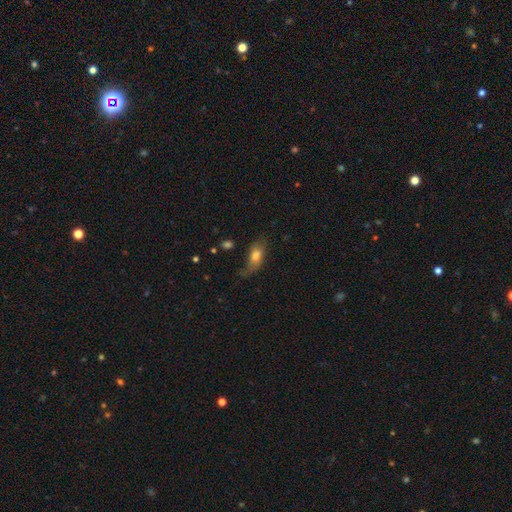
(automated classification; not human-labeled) This appears to be a smooth galaxy with no disk features (64%) that is in between round and cigar-shaped (81%). Merging: none (42%).